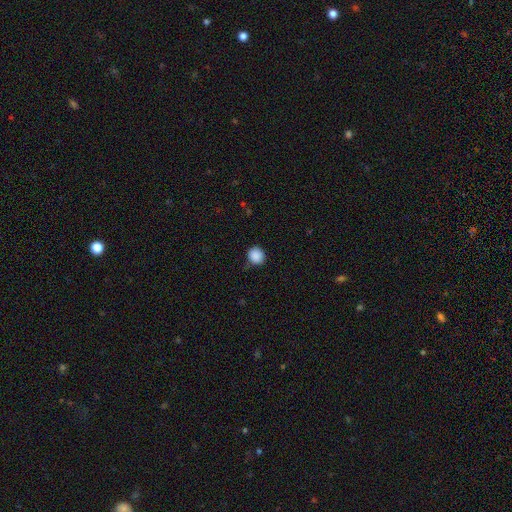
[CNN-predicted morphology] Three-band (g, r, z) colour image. It shows a smooth galaxy with no disk features (88%) that is round (85%). Merging: none (76%).